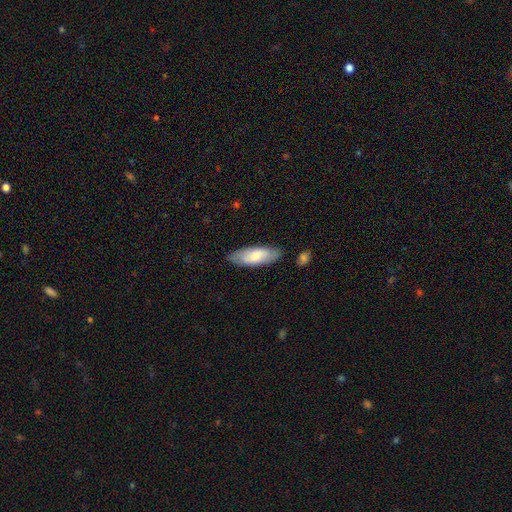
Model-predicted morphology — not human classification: The model was most divided on "how rounded": in between: 70%, cigar-shaped: 29%, round: 2%. More confident: merging — none (81%); smooth or featured — smooth (69%).